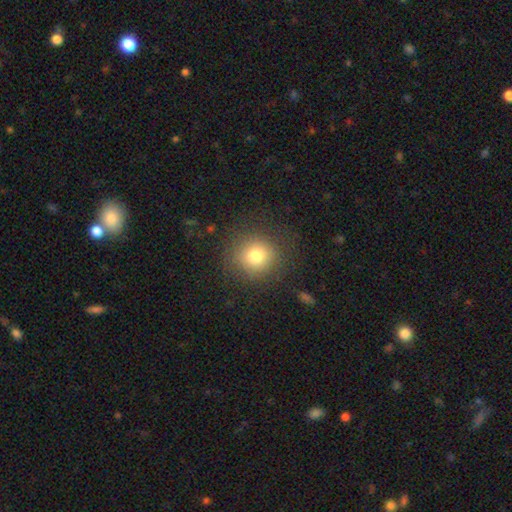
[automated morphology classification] This appears to be a smooth galaxy with no disk features (77%) that is round (90%). Merging: none (84%).